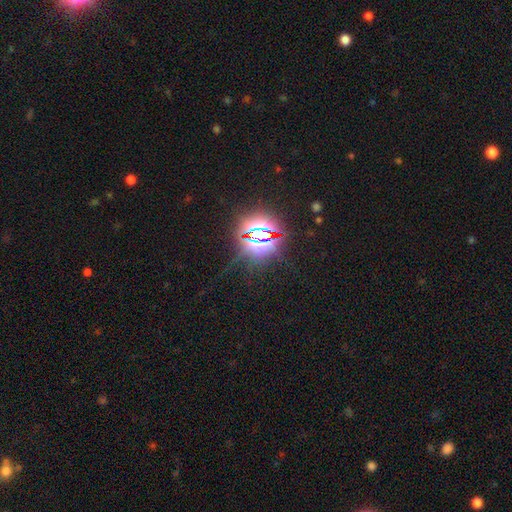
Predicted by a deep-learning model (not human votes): Morphology: type=star or artifact (83%).